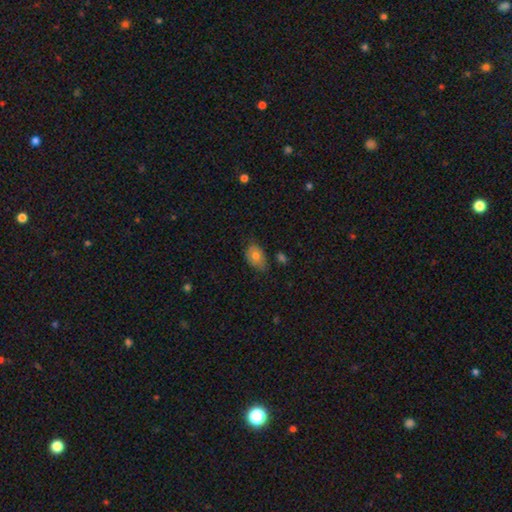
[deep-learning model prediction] smooth 74%, featured or disk 18%, star or artifact 9%. Down the decision tree: how rounded — in between (84%); merging — none (65%).